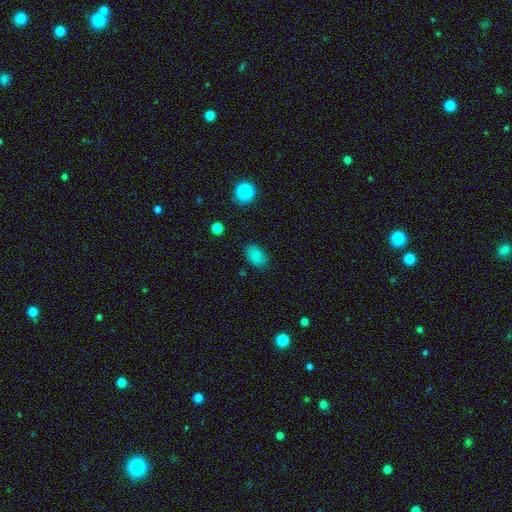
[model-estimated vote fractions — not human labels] The model was most divided on "merging": none: 84%, minor disturbance: 12%, major disturbance: 3%, merger: 1%. More confident: how rounded — in between (88%); smooth or featured — smooth (84%).